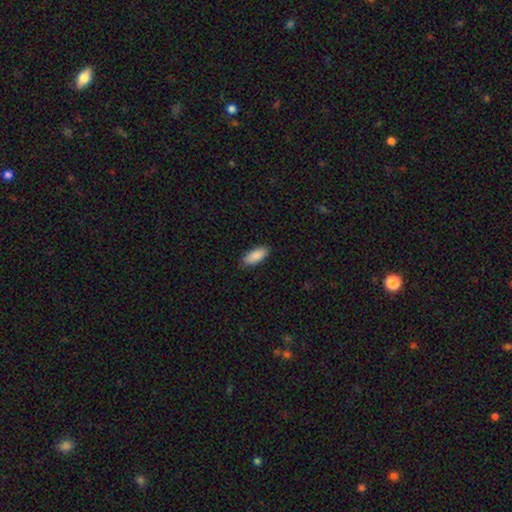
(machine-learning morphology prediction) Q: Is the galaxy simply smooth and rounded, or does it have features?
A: smooth — 89%.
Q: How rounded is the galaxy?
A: in between — 83%.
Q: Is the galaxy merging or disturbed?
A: none — 87%.